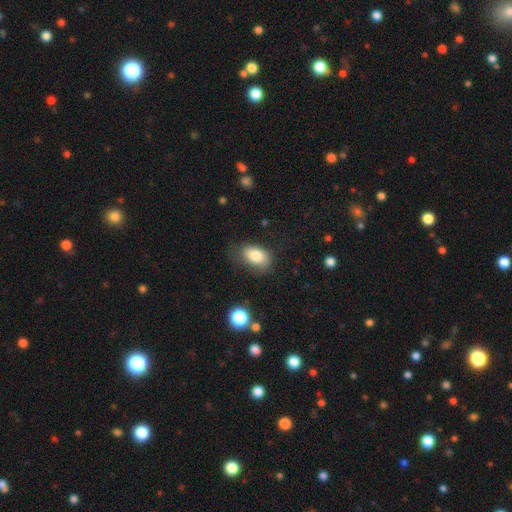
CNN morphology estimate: A smooth galaxy with no disk features (81%) that is in between round and cigar-shaped (88%). Merging: none (62%).